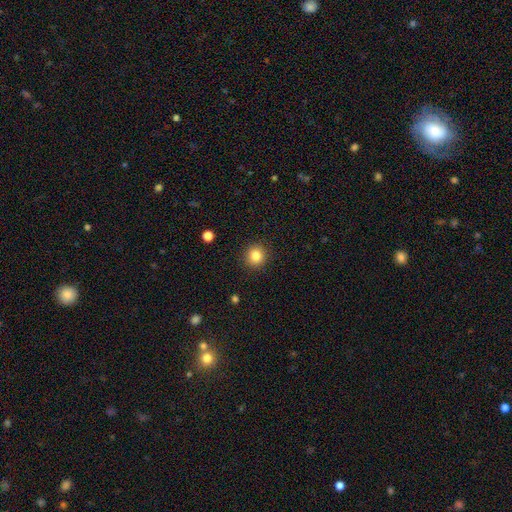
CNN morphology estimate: Overall: smooth (83%). How rounded: round (92%). Merging: none (91%).